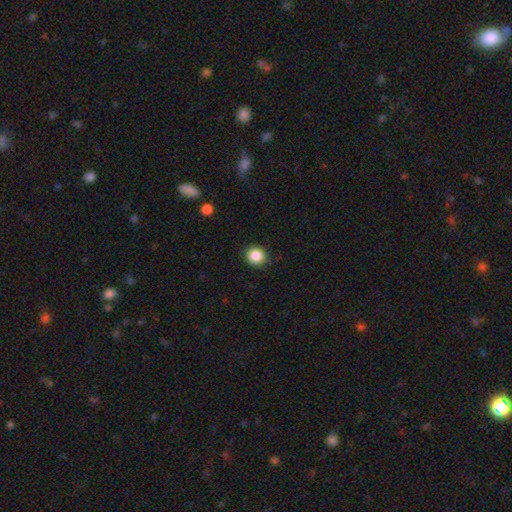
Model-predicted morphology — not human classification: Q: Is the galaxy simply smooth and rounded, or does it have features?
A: smooth — 87%.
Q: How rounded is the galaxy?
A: round — 84%.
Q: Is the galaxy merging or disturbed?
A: none — 90%.